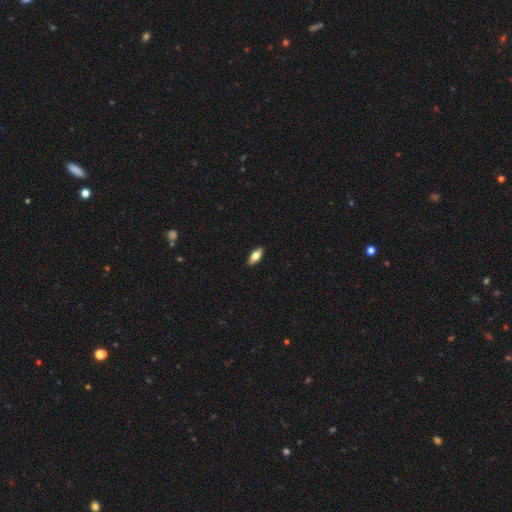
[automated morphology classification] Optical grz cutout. It shows a smooth galaxy with no disk features (70%) that is in between round and cigar-shaped (79%). Merging: none (90%).